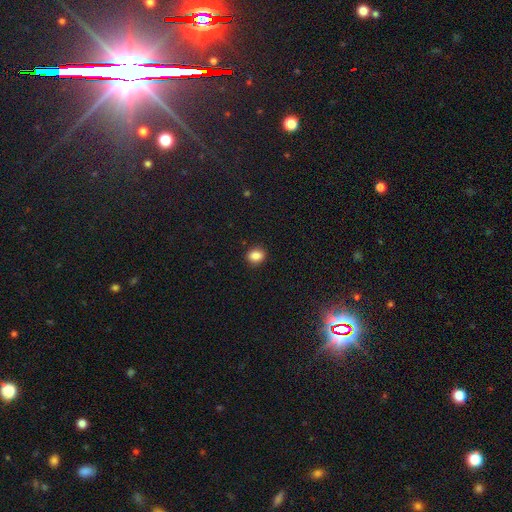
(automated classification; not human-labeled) Smooth or featured? smooth (86%)
How rounded? round (50%)
Merging? none (89%)